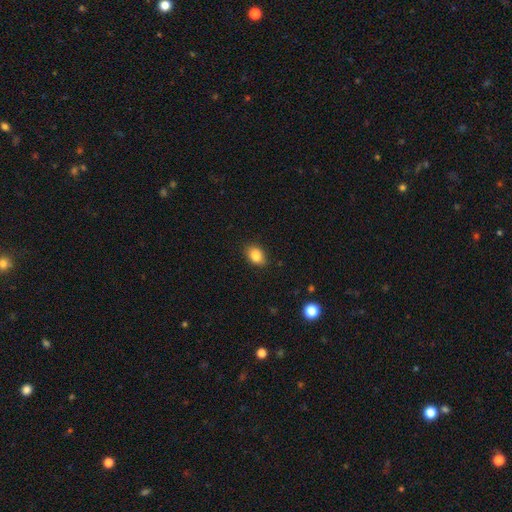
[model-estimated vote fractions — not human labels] This appears to be a smooth galaxy with no disk features (85%) that is in between round and cigar-shaped (77%). Merging: none (84%).